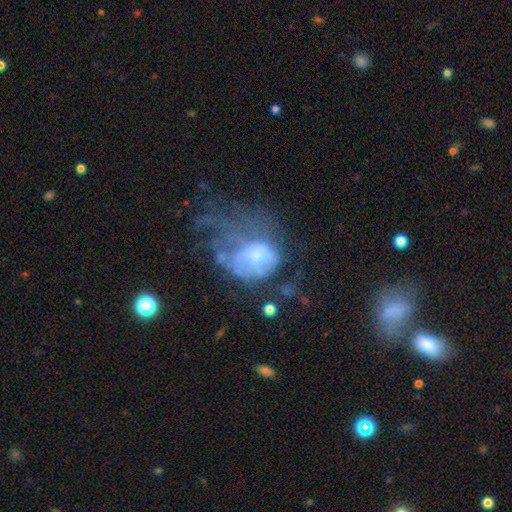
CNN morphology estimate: Smooth or featured? Predicted: featured or disk (p=0.52). Edge-on disk? Predicted: no (p=0.97). Bar? Predicted: no (p=0.83). Spiral arms? Predicted: no (p=0.79). Bulge size? Predicted: moderate (p=0.34). Merging? Predicted: major disturbance (p=0.53).